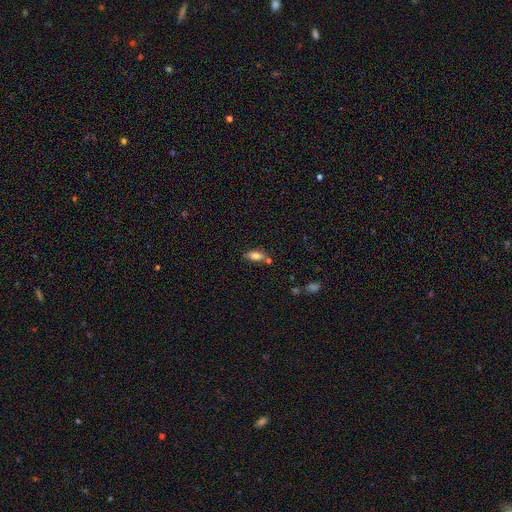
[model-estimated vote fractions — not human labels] Smooth or featured? Predicted: smooth (p=0.79). How rounded? Predicted: in between (p=0.82). Merging? Predicted: none (p=0.64).